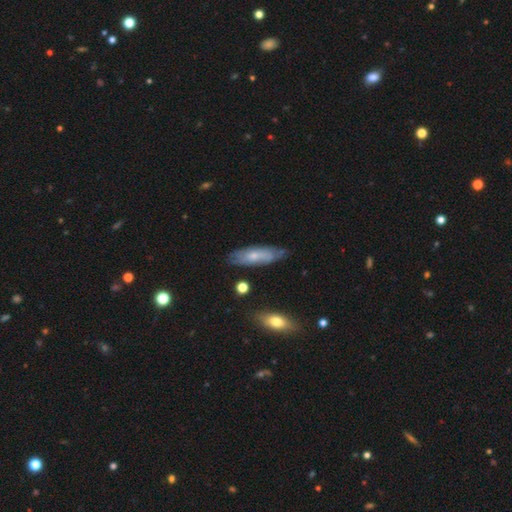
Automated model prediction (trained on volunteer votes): Smooth or featured? Predicted: smooth (p=0.52). How rounded? Predicted: in between (p=0.51). Merging? Predicted: none (p=0.75).